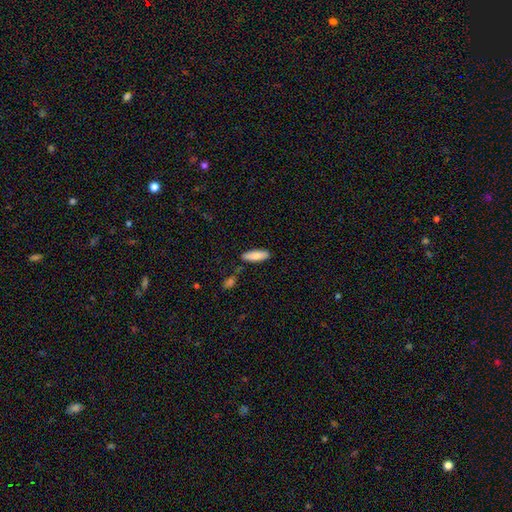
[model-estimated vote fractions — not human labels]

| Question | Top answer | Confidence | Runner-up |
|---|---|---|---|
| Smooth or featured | smooth | 83% | featured or disk (11%) |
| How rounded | in between | 53% | cigar-shaped (45%) |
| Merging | none | 83% | minor disturbance (12%) |